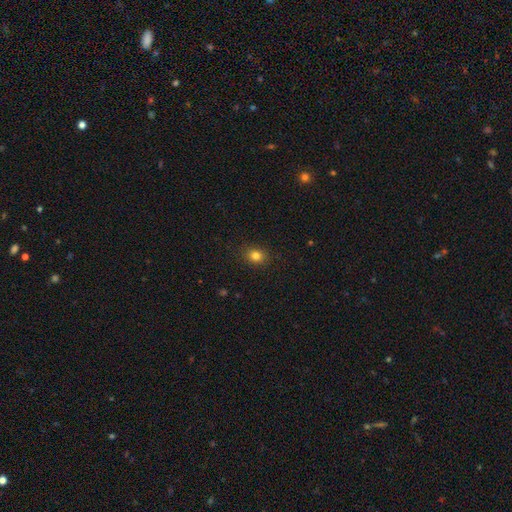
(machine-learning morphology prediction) smooth_or_featured: smooth (p=0.81) [alt: star or artifact p=0.12]
how_rounded: round (p=0.54) [alt: in between p=0.45]
merging: none (p=0.88) [alt: minor disturbance p=0.08]